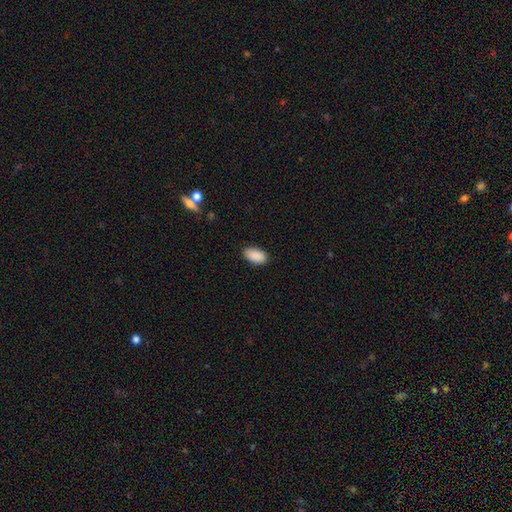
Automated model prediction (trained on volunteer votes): smooth 90%, star or artifact 7%, featured or disk 3%. Down the decision tree: how rounded — in between (94%); merging — none (86%).